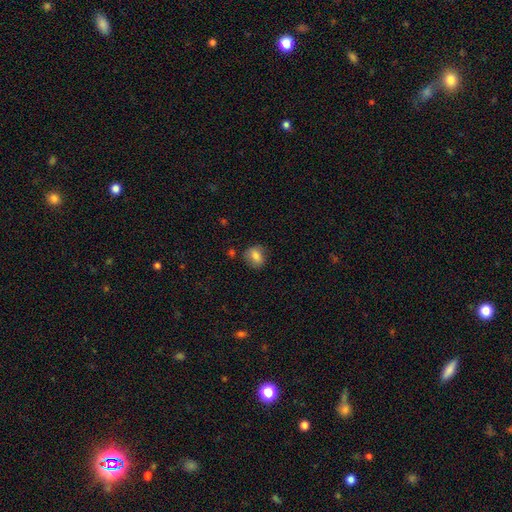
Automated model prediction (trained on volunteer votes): This appears to be a smooth galaxy with no disk features (78%) that is round (52%). Merging: none (75%).